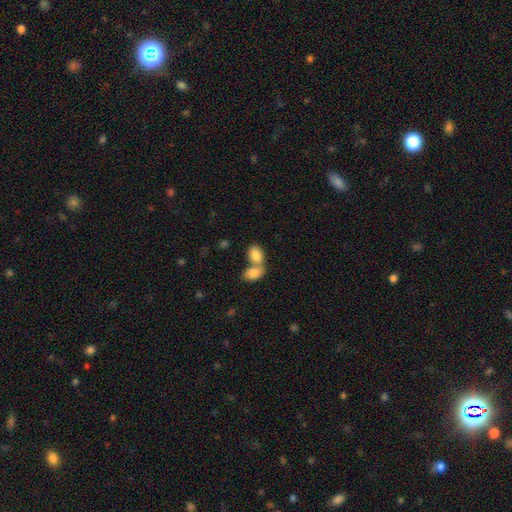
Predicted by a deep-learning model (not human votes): This appears to be a smooth galaxy with no disk features (84%) that is in between round and cigar-shaped (86%). Merging: merger (63%).